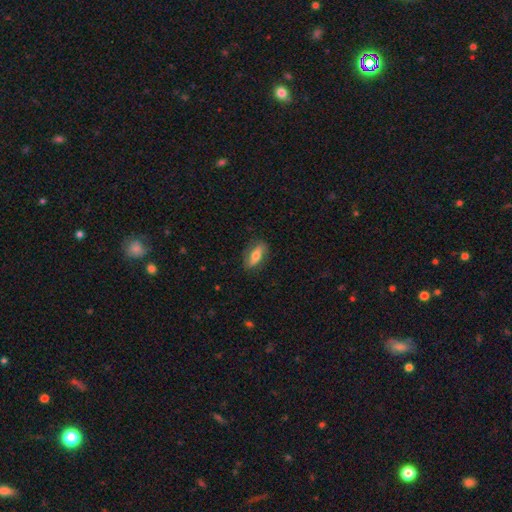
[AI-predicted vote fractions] This appears to be a smooth galaxy with no disk features (58%) that is in between round and cigar-shaped (76%). Merging: none (77%).